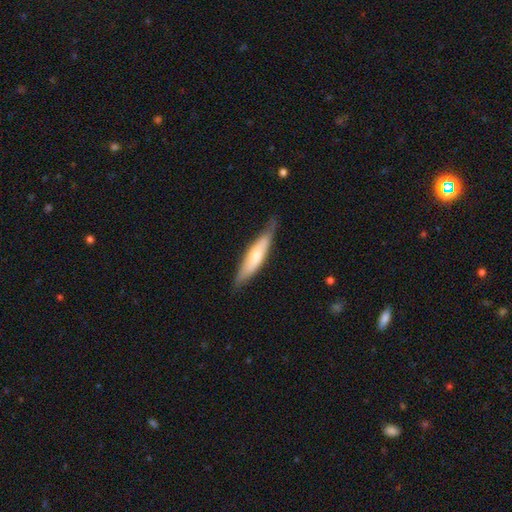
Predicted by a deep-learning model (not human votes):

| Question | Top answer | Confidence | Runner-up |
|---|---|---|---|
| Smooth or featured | smooth | 57% | featured or disk (38%) |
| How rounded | cigar-shaped | 77% | in between (21%) |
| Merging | none | 72% | minor disturbance (22%) |